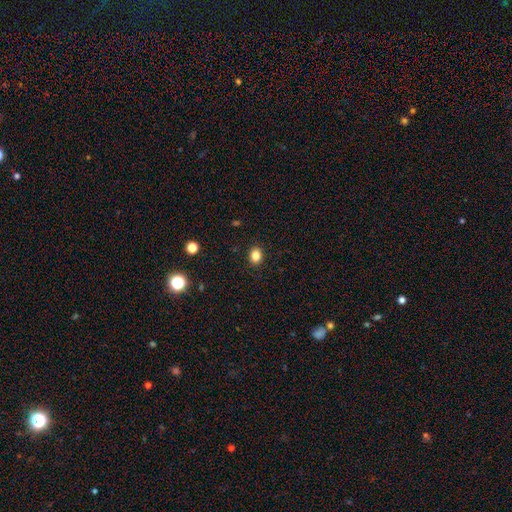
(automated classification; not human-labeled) smooth 84%, star or artifact 11%, featured or disk 5%. Down the decision tree: how rounded — round (52%); merging — none (90%).